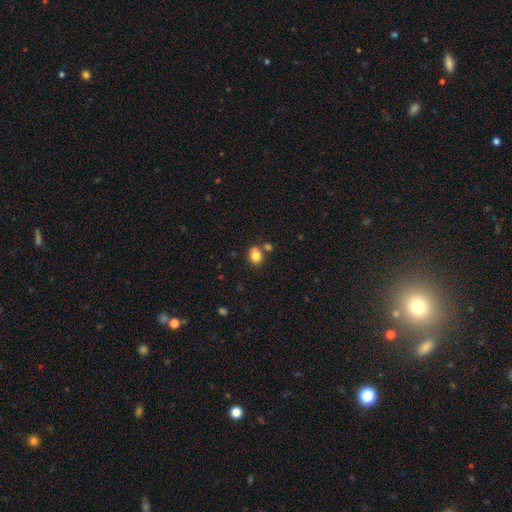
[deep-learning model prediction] Smooth or featured? smooth (83%)
How rounded? round (51%)
Merging? none (67%)